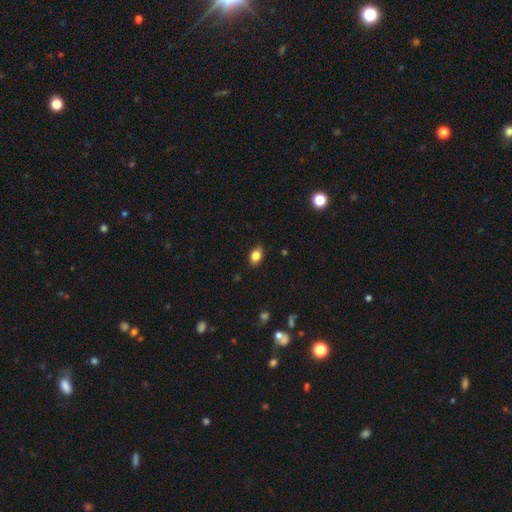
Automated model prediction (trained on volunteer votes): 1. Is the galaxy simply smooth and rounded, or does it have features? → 84% smooth, 9% star or artifact, 7% featured or disk.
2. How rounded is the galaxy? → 79% in between, 19% round, 2% cigar-shaped.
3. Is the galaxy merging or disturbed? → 83% none, 14% minor disturbance, 2% major disturbance, 1% merger.